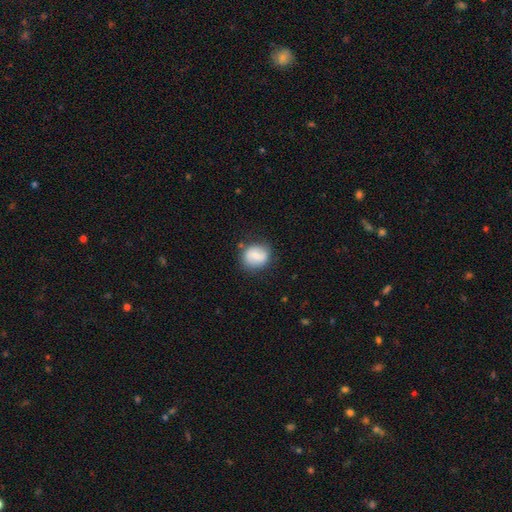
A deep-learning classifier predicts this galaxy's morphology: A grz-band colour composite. It shows a smooth galaxy with no disk features (70%) that is round (71%). Merging: none (77%).